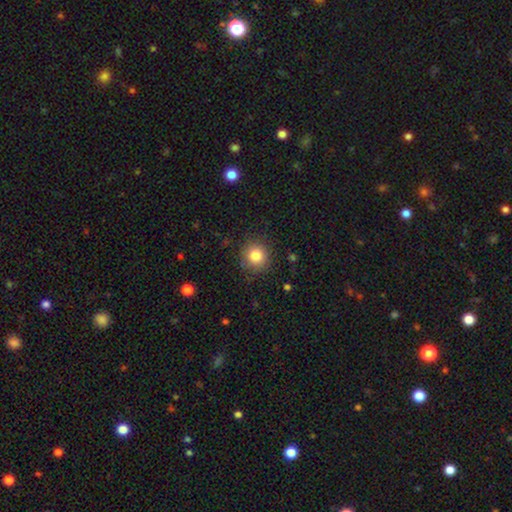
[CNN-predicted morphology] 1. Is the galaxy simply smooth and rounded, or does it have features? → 82% smooth, 11% star or artifact, 7% featured or disk.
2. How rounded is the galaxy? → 90% round, 9% in between, 1% cigar-shaped.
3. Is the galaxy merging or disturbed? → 87% none, 9% minor disturbance, 3% major disturbance, 1% merger.